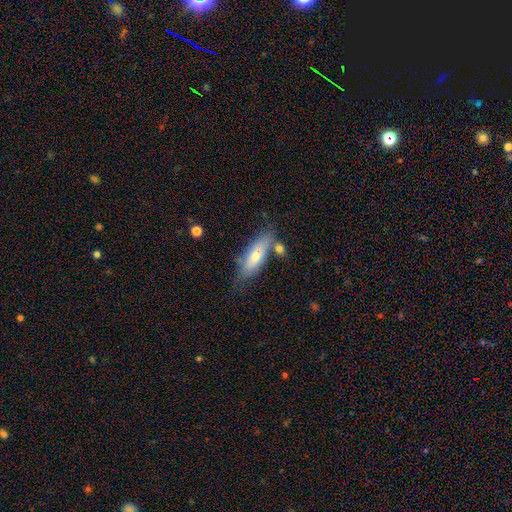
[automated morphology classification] Q: Smooth or featured?
A: smooth (70%); runner-up: featured or disk (24%)
Q: How rounded?
A: in between (53%); runner-up: cigar-shaped (45%)
Q: Merging?
A: none (57%); runner-up: minor disturbance (22%)